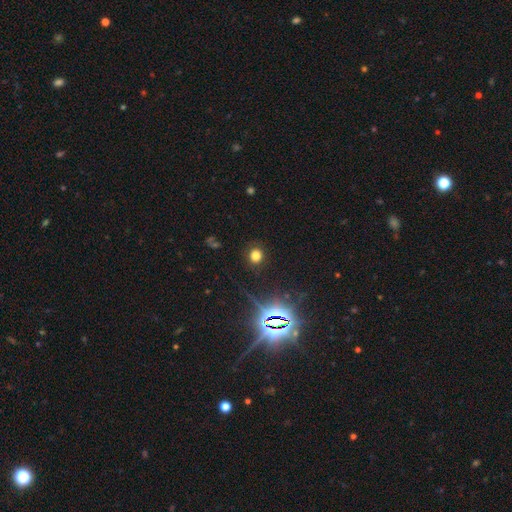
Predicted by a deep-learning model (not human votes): A smooth galaxy with no disk features (71%) that is round (83%). Merging: none (89%).